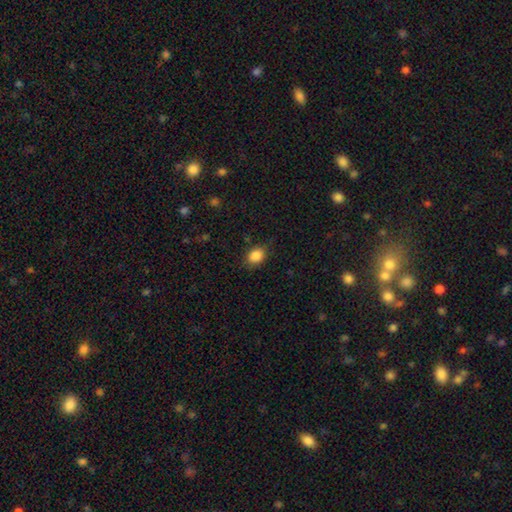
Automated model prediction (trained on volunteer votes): This appears to be a smooth galaxy with no disk features (86%) that is in between round and cigar-shaped (56%). Merging: none (78%).